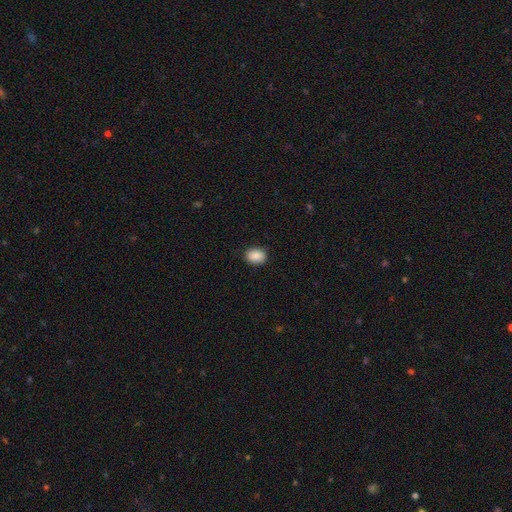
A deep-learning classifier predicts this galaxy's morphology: Smooth or featured?
  - smooth: 89% *
  - star or artifact: 8%
  - featured or disk: 3%
How rounded?
  - in between: 68% *
  - round: 31%
  - cigar-shaped: 1%
Merging?
  - none: 88% *
  - minor disturbance: 9%
  - major disturbance: 2%
  - merger: 1%